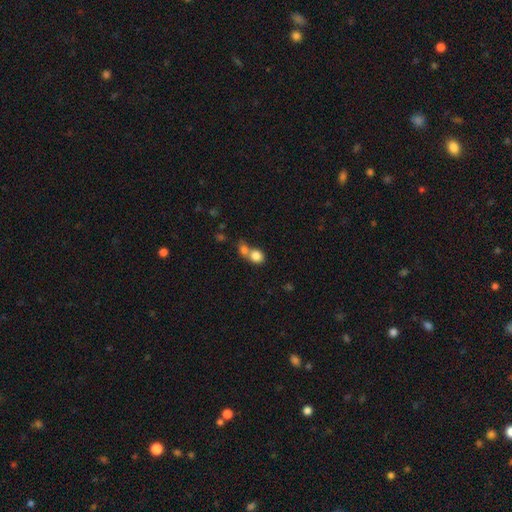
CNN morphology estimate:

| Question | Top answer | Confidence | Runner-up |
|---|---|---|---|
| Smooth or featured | smooth | 81% | star or artifact (10%) |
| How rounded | round | 70% | in between (29%) |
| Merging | merger | 57% | none (33%) |